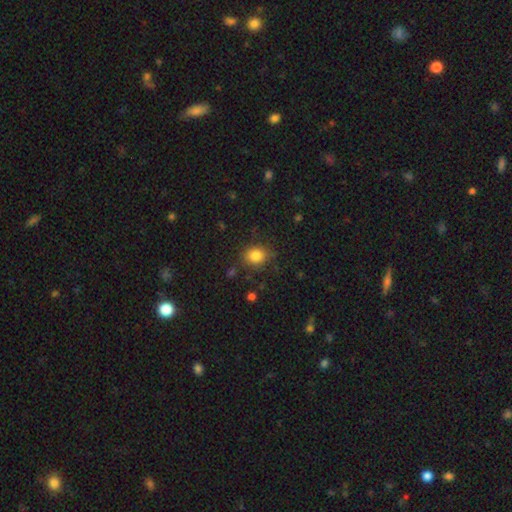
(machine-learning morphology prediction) This is clearly a smooth galaxy (83%). How rounded: possibly round (57%). Merging: likely none (78%).